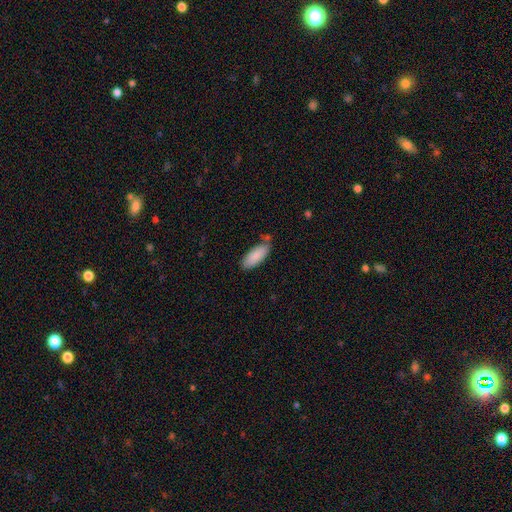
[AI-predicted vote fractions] This is clearly a smooth galaxy (88%). How rounded: likely in between (80%). Merging: likely none (64%).